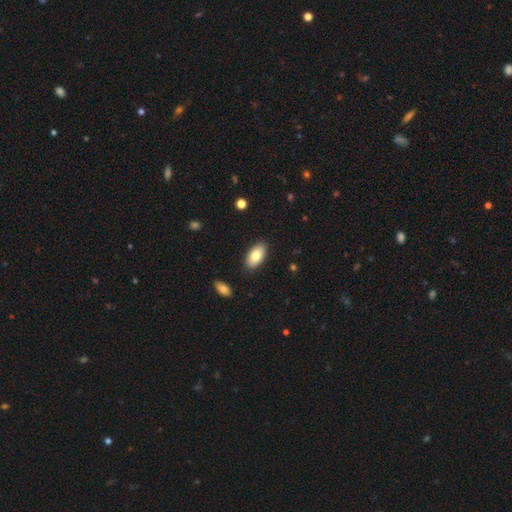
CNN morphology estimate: Smooth or featured?
  - smooth: 81% *
  - featured or disk: 12%
  - star or artifact: 7%
How rounded?
  - in between: 94% *
  - round: 3%
  - cigar-shaped: 3%
Merging?
  - none: 88% *
  - minor disturbance: 9%
  - major disturbance: 2%
  - merger: 2%